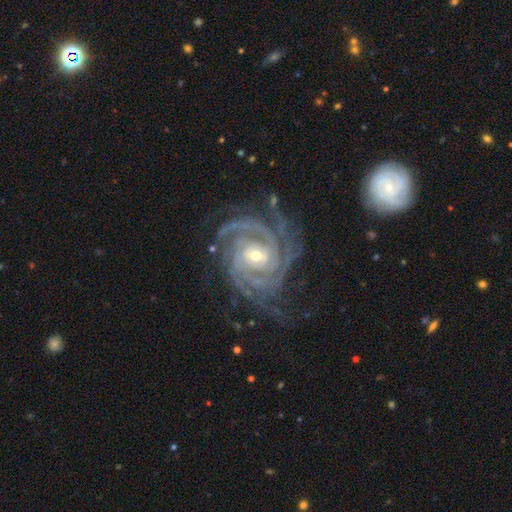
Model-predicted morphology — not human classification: smooth-or-featured: featured or disk: 93% | star or artifact: 5% | smooth: 2%
  disk-edge-on: no: 98% | yes: 2%
    bar: no: 45% | weak: 34% | strong: 21%
    has-spiral-arms: yes: 99% | no: 1%
      spiral-winding: tight: 77% | medium: 21% | loose: 2%
      spiral-arm-count: 4: 29% (tied) | 3: 29% (tied) | 2: 14% | can't tell: 12% | more than 4: 9% | 1: 7%
    bulge-size: small: 58% | moderate: 39% | large: 1% | none: 1% | dominant: 1%
  merging: none: 70% | minor disturbance: 18% | major disturbance: 9% | merger: 3%